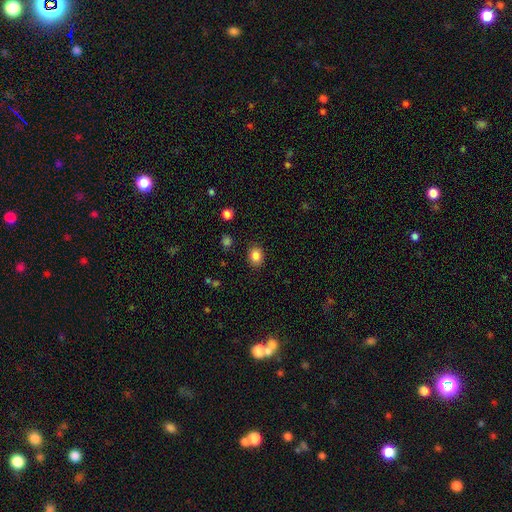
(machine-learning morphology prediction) A smooth galaxy with no disk features (85%) that is in between round and cigar-shaped (50%).

Vote fractions:
- Smooth or featured? smooth: 85% / star or artifact: 10% / featured or disk: 5%
- How rounded? in between: 50% / round: 49% / cigar-shaped: 1%
- Merging? none: 87% / minor disturbance: 9% / major disturbance: 3% / merger: 1%